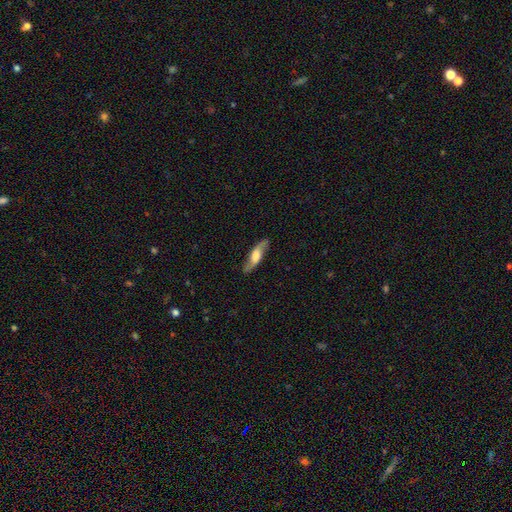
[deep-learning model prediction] smooth_or_featured: featured or disk (p=0.57) [alt: smooth p=0.37]
disk_edge_on: no (p=0.62) [alt: yes p=0.38]
merging: none (p=0.83) [alt: minor disturbance p=0.13]